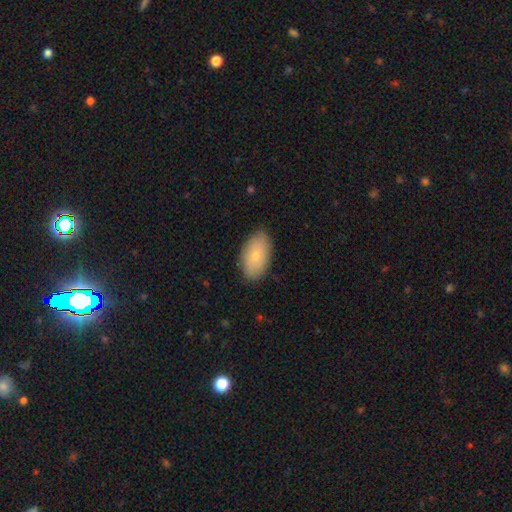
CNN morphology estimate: Smooth or featured? smooth (76%)
How rounded? in between (94%)
Merging? none (85%)